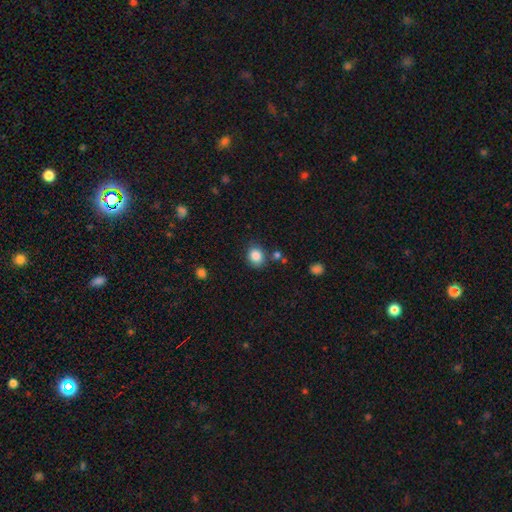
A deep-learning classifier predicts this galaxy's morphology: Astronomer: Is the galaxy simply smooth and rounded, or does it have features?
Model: smooth — 86%.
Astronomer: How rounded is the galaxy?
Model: round — 62%.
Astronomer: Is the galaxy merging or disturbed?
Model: none — 78%.